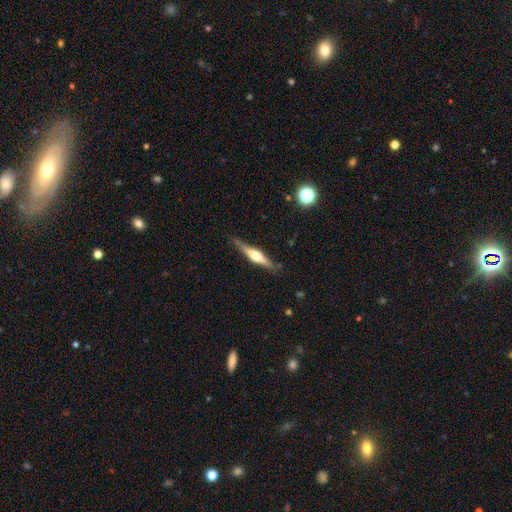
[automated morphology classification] smooth-or-featured: featured or disk: 66% | smooth: 28% | star or artifact: 6%
  disk-edge-on: yes: 97% | no: 3%
    edge-on-bulge: rounded: 86% | boxy: 11% | none: 4%
  merging: none: 82% | minor disturbance: 14% | major disturbance: 3% | merger: 2%